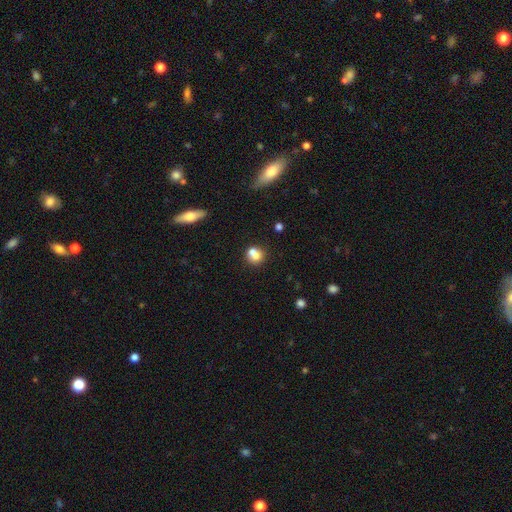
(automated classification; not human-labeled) smooth-or-featured: smooth: 73% | featured or disk: 16% | star or artifact: 11%
  how-rounded: round: 69% | in between: 30% | cigar-shaped: 2%
  merging: merger: 44% | none: 41% | minor disturbance: 11% | major disturbance: 4%